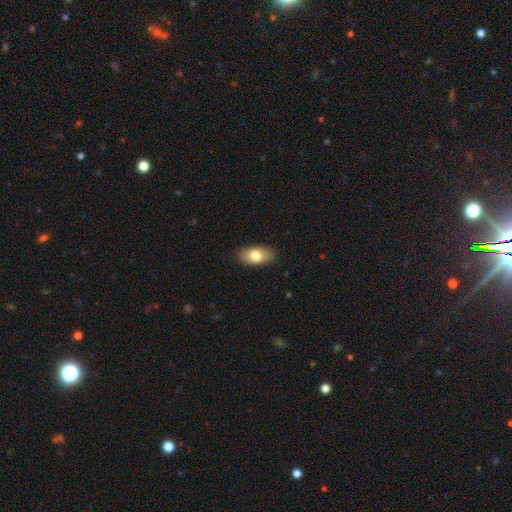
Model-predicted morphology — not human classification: type=smooth (78%); roundness=in between (91%); merging=none (88%).